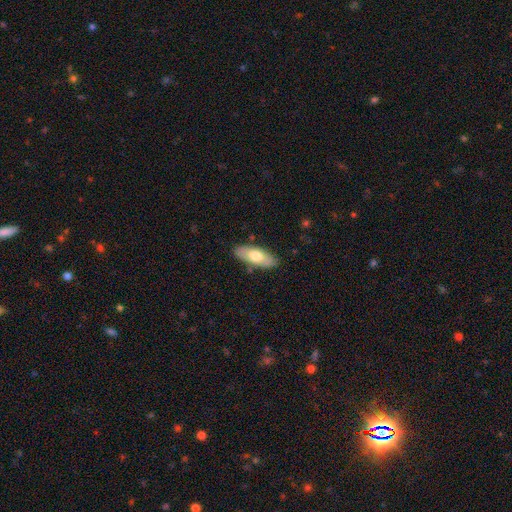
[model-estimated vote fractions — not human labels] Smooth or featured? smooth (68%)
How rounded? in between (78%)
Merging? none (84%)